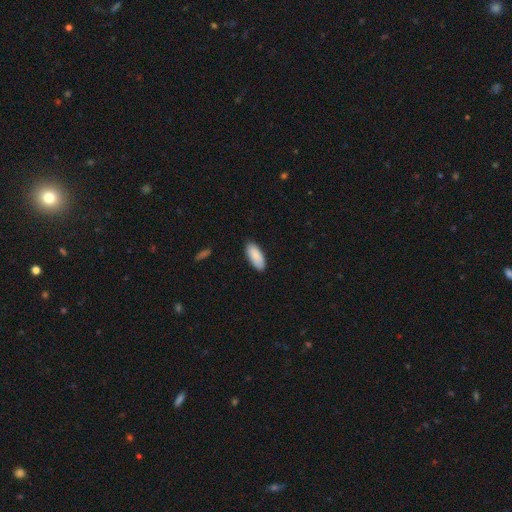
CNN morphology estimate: A smooth galaxy with no disk features (87%) that is in between round and cigar-shaped (85%).

Vote fractions:
- Smooth or featured? smooth: 87% / featured or disk: 7% / star or artifact: 6%
- How rounded? in between: 85% / cigar-shaped: 14% / round: 2%
- Merging? none: 86% / minor disturbance: 11% / major disturbance: 2% / merger: 1%